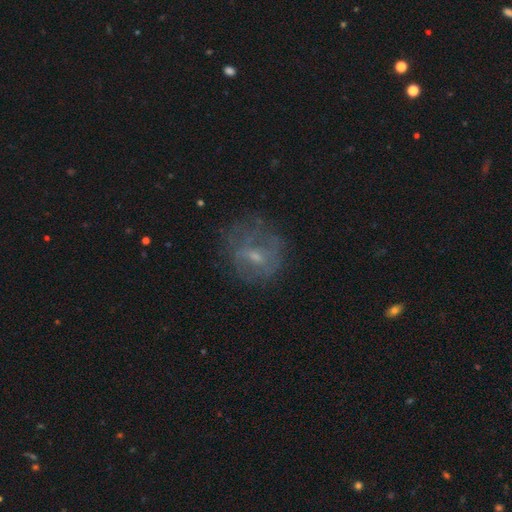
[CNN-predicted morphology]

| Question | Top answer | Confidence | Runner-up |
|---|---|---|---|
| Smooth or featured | featured or disk | 50% | smooth (34%) |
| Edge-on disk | no | 95% | yes (5%) |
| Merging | none | 60% | minor disturbance (20%) |